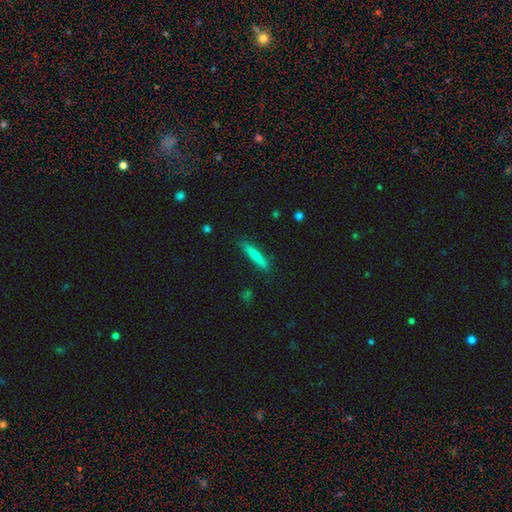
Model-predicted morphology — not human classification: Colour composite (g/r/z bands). It shows a smooth galaxy with no disk features (74%) that is cigar-shaped (92%). Merging: none (86%).